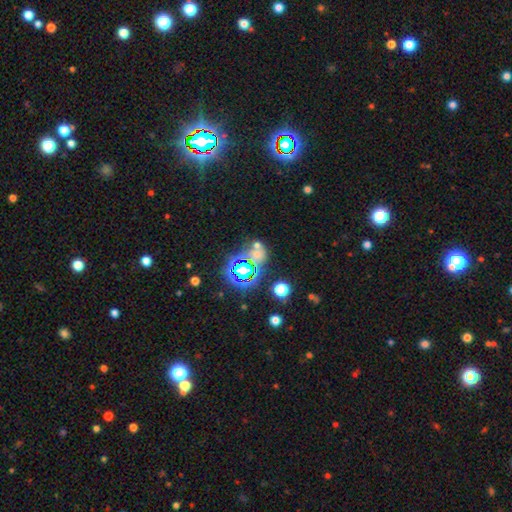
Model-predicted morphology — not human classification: Smooth or featured: star or artifact — 49% (smooth — 39%)